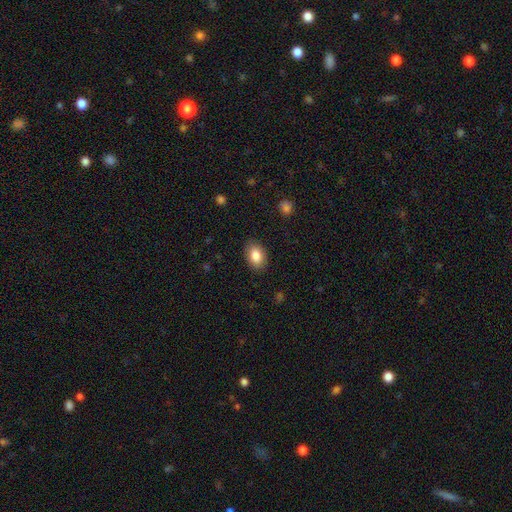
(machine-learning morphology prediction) Q: Smooth or featured?
A: smooth (85%); runner-up: featured or disk (8%)
Q: How rounded?
A: in between (87%); runner-up: round (12%)
Q: Merging?
A: none (87%); runner-up: minor disturbance (9%)